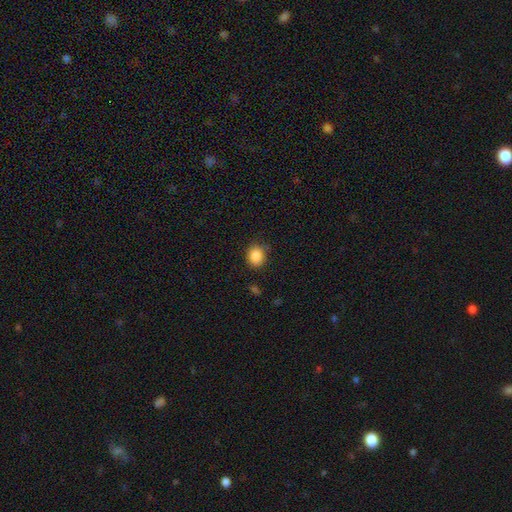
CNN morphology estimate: A smooth galaxy with no disk features (87%) that is round (62%).

Vote fractions:
- Smooth or featured? smooth: 87% / star or artifact: 9% / featured or disk: 4%
- How rounded? round: 62% / in between: 37% / cigar-shaped: 1%
- Merging? none: 83% / minor disturbance: 12% / major disturbance: 3% / merger: 2%